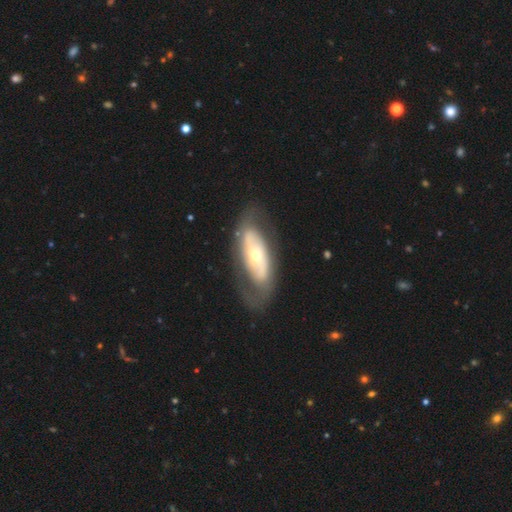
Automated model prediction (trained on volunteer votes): A featured or disk galaxy (68%) with no bar (73%), spiral arms (52%) and a small central bulge (50%). Merging: none (70%).